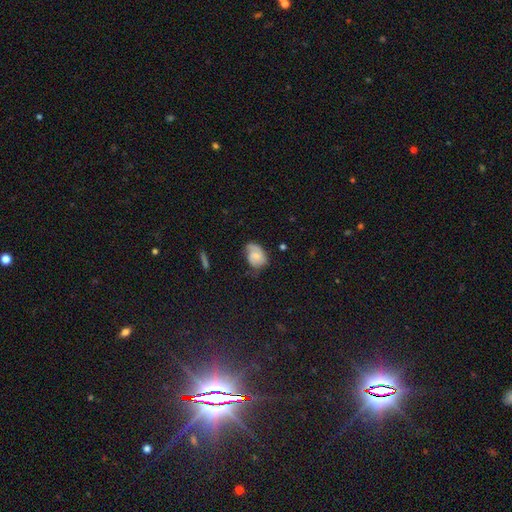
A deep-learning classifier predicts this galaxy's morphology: This is possibly a smooth galaxy (46%, tied with featured or disk). Merging: possibly none (48%).